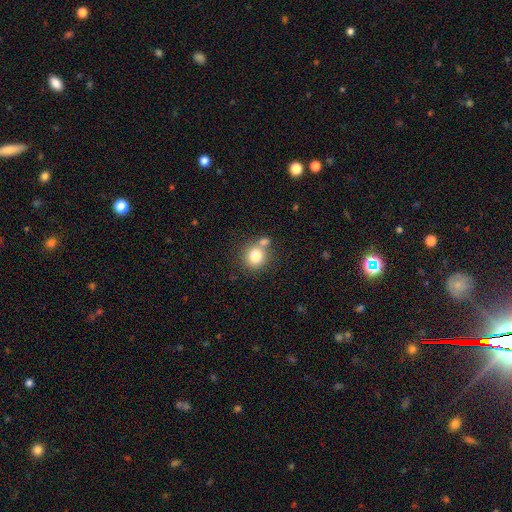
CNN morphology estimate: Overall: smooth (79%). How rounded: round (86%). Merging: none (59%; merger 28%).